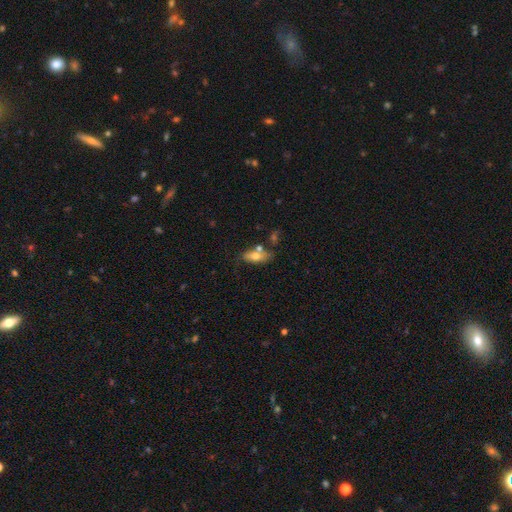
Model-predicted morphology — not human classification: smooth_or_featured: smooth (p=0.68) [alt: featured or disk p=0.24]
how_rounded: in between (p=0.83) [alt: cigar-shaped p=0.12]
merging: none (p=0.50) [alt: merger p=0.23]